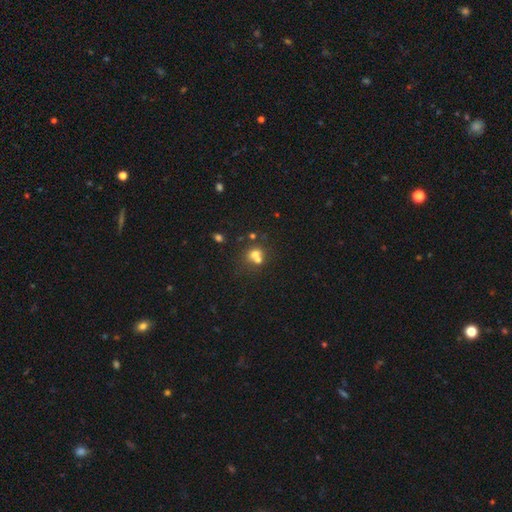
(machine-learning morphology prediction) A smooth galaxy with no disk features (62%) that is round (73%). Merging: merger (52%).